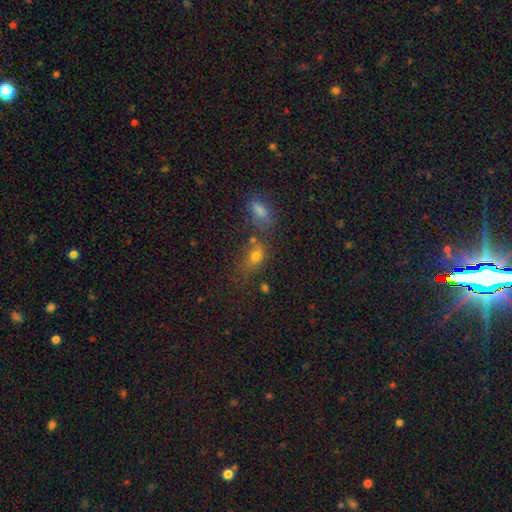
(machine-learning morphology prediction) type=smooth (71%); roundness=in between (70%); merging=none (46%).